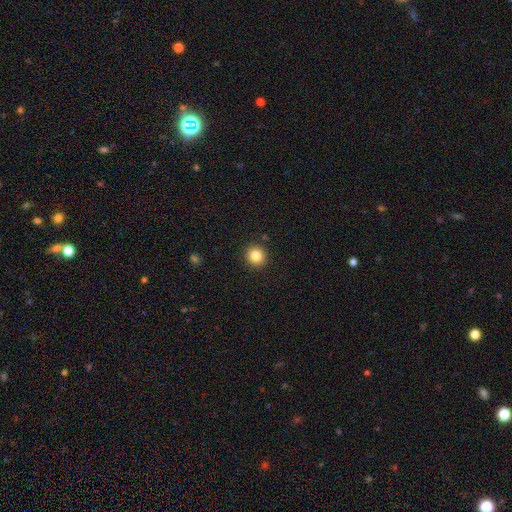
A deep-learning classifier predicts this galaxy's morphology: smooth-or-featured: smooth: 84% | star or artifact: 10% | featured or disk: 6%
  how-rounded: round: 93% | in between: 6% | cigar-shaped: 1%
  merging: none: 92% | minor disturbance: 5% | major disturbance: 2% | merger: 1%